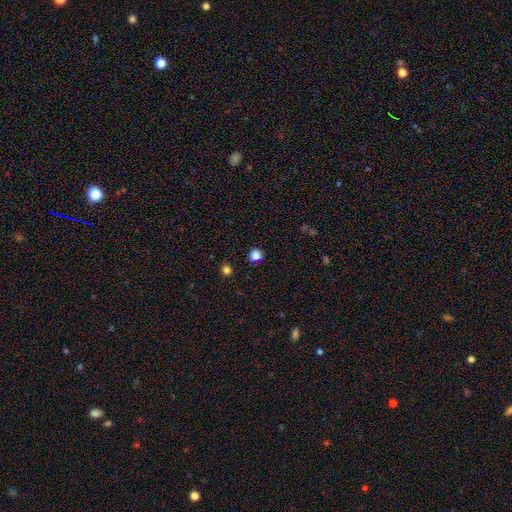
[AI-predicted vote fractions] Smooth or featured?
  - smooth: 82% *
  - star or artifact: 15%
  - featured or disk: 3%
How rounded?
  - round: 91% *
  - in between: 8%
  - cigar-shaped: 1%
Merging?
  - none: 91% *
  - minor disturbance: 5%
  - major disturbance: 2%
  - merger: 2%